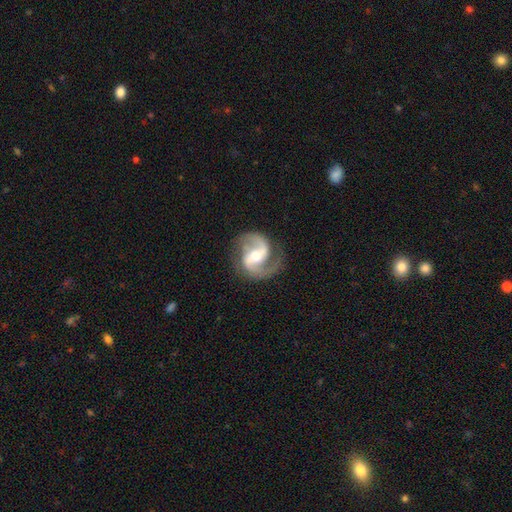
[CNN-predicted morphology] Smooth or featured? featured or disk (91%)
Edge-on disk? no (98%)
Bar? weak (46%)
Spiral arms? yes (98%)
Spiral winding? medium (60%)
Spiral arm count? 2 (93%)
Bulge size? moderate (62%)
Merging? none (80%)